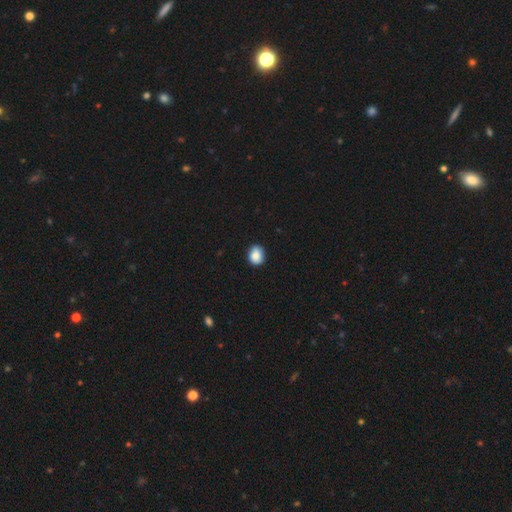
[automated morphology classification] Q: Smooth or featured?
A: smooth (85%); runner-up: star or artifact (8%)
Q: How rounded?
A: round (55%); runner-up: in between (44%)
Q: Merging?
A: none (86%); runner-up: minor disturbance (11%)